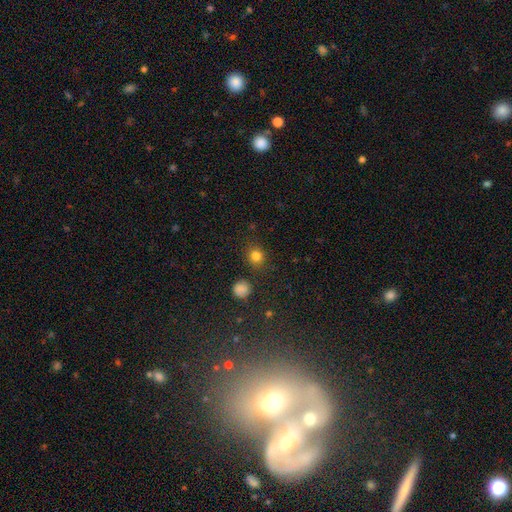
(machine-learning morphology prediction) smooth-or-featured: smooth: 81% | star or artifact: 14% | featured or disk: 5%
  how-rounded: round: 84% | in between: 15% | cigar-shaped: 1%
  merging: none: 86% | minor disturbance: 9% | major disturbance: 3% | merger: 2%